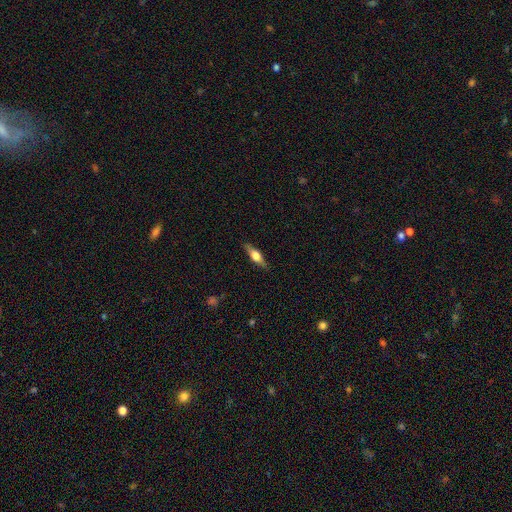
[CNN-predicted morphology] This is possibly a featured or disk galaxy (52%). It is clearly viewed edge-on (94%). Merging: clearly none (85%).